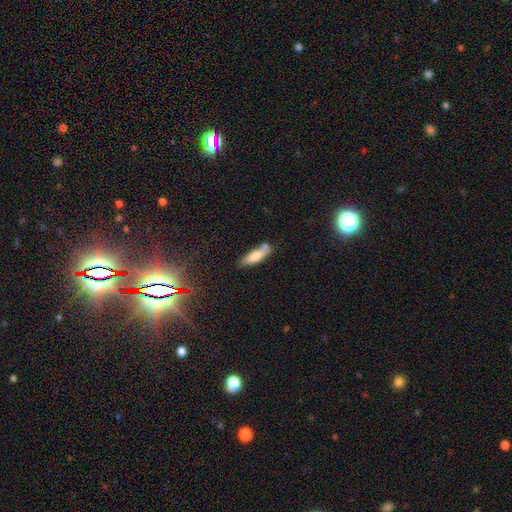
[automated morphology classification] Smooth or featured? Predicted: smooth (p=0.72). How rounded? Predicted: cigar-shaped (p=0.55). Merging? Predicted: none (p=0.55).